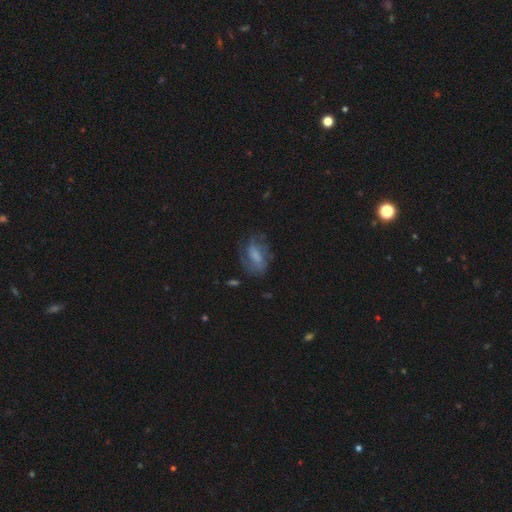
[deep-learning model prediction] smooth-or-featured: smooth: 47% | featured or disk: 43% | star or artifact: 10%
  merging: none: 54% | minor disturbance: 25% | major disturbance: 19% | merger: 2%